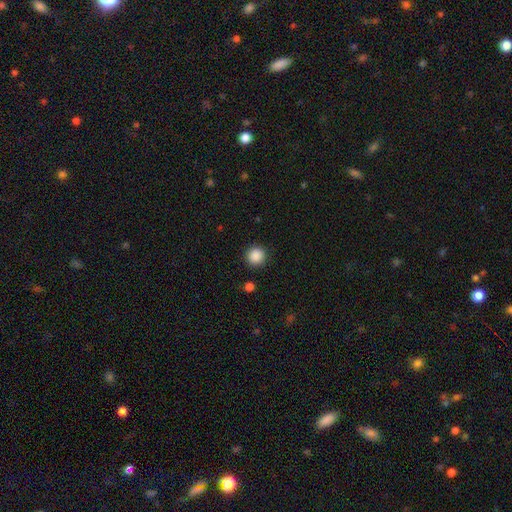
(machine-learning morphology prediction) type=smooth (88%); roundness=round (93%); merging=none (90%).